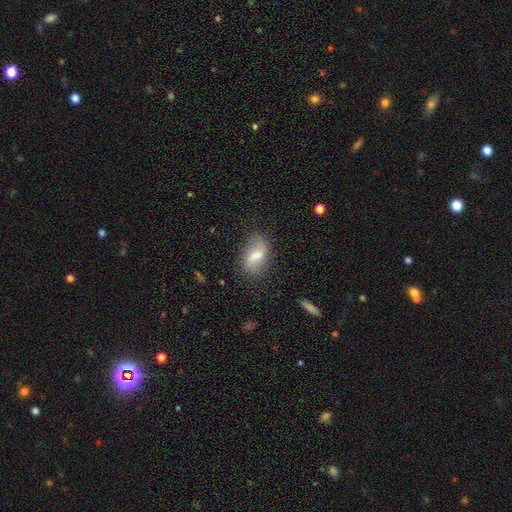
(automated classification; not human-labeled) A smooth galaxy with no disk features (52%) that is in between round and cigar-shaped (85%). Merging: none (72%).